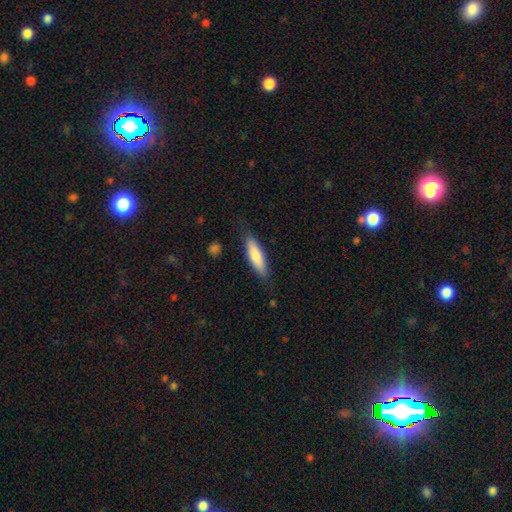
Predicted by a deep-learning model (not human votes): Smooth or featured? Predicted: smooth (p=0.80). How rounded? Predicted: cigar-shaped (p=0.58). Merging? Predicted: none (p=0.79).